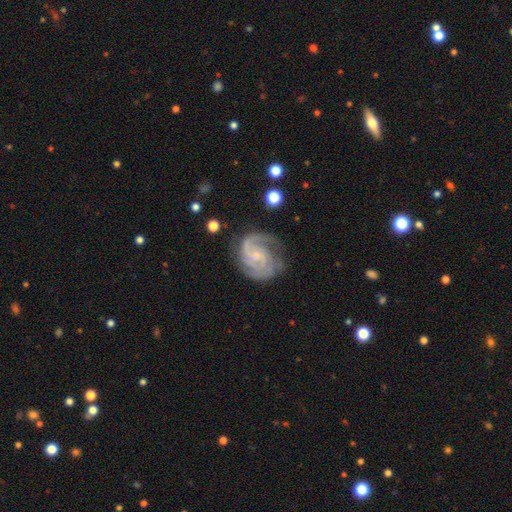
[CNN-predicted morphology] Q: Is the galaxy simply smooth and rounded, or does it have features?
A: featured or disk — 86%.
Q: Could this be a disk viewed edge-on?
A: no — 98%.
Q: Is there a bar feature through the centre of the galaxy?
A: no — 53%.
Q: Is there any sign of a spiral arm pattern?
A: yes — 97%.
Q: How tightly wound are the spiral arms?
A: tight — 45%.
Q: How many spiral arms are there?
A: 2 — 52%.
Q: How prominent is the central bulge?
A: small — 68%.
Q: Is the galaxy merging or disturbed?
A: none — 65%.